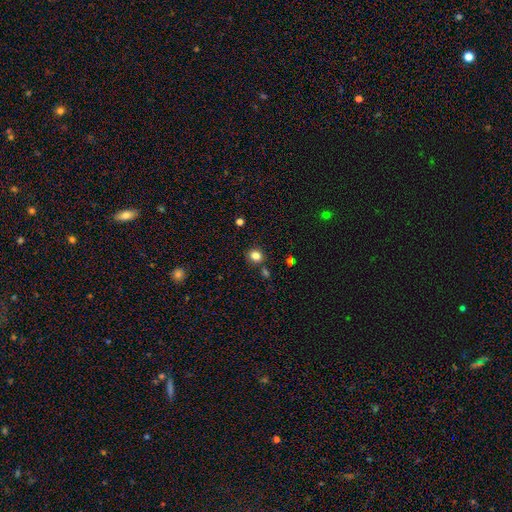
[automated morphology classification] Smooth or featured: smooth — 81% (star or artifact — 13%)
How rounded: round — 69% (in between — 30%)
Merging: none — 81% (minor disturbance — 10%)